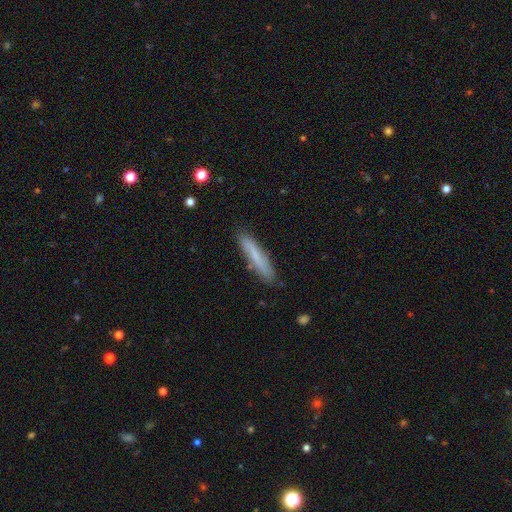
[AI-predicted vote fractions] Smooth or featured? smooth (68%)
How rounded? cigar-shaped (91%)
Merging? none (83%)